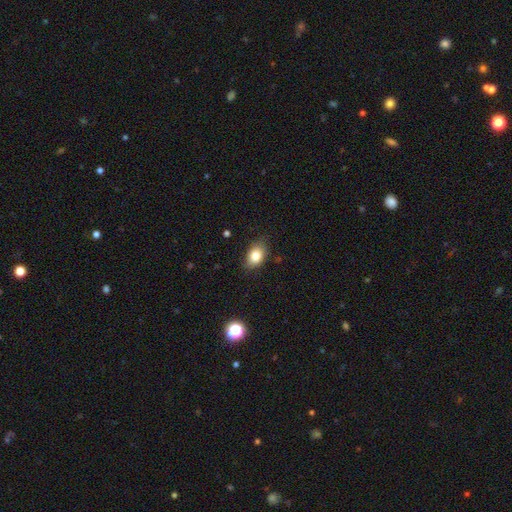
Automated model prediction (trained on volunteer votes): smooth 82%, featured or disk 9%, star or artifact 9%. Down the decision tree: how rounded — in between (80%); merging — none (79%).